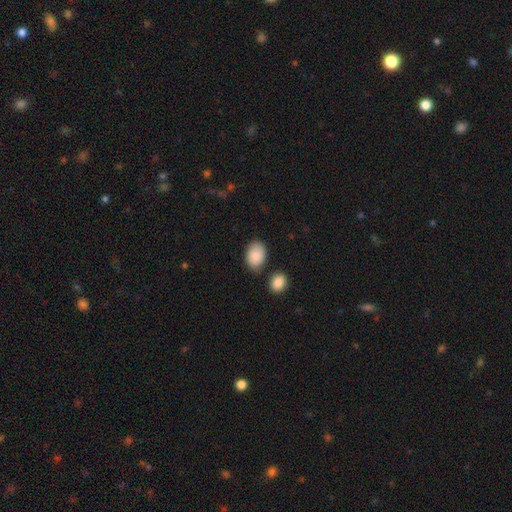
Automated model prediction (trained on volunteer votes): smooth-or-featured: smooth: 89% | star or artifact: 6% | featured or disk: 5%
  how-rounded: in between: 84% | round: 15% | cigar-shaped: 1%
  merging: none: 72% | minor disturbance: 16% | merger: 8% | major disturbance: 4%